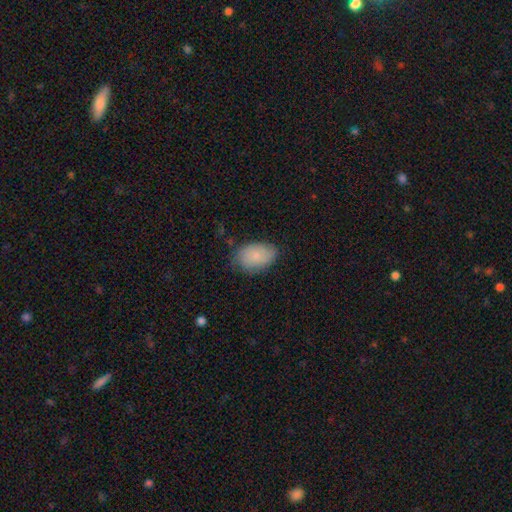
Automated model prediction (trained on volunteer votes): Smooth or featured? smooth (81%)
How rounded? in between (88%)
Merging? none (71%)